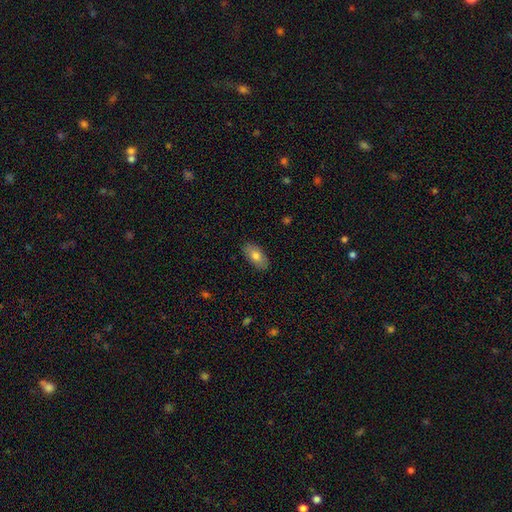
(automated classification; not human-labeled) This appears to be a smooth galaxy with no disk features (77%) that is in between round and cigar-shaped (92%). Merging: none (87%).